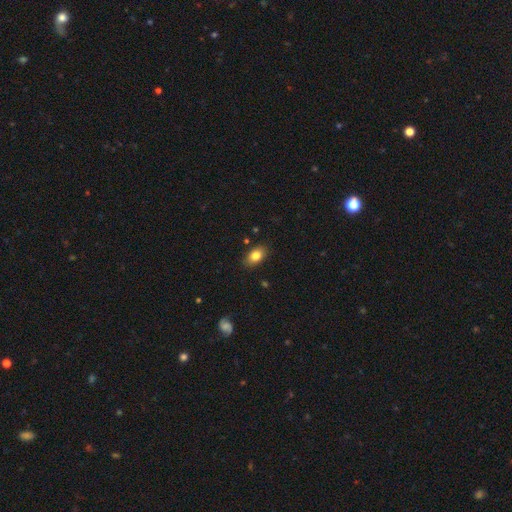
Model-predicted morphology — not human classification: A smooth galaxy with no disk features (83%) that is in between round and cigar-shaped (84%).

Vote fractions:
- Smooth or featured? smooth: 83% / star or artifact: 9% / featured or disk: 8%
- How rounded? in between: 84% / round: 14% / cigar-shaped: 2%
- Merging? none: 85% / minor disturbance: 11% / major disturbance: 2% / merger: 1%